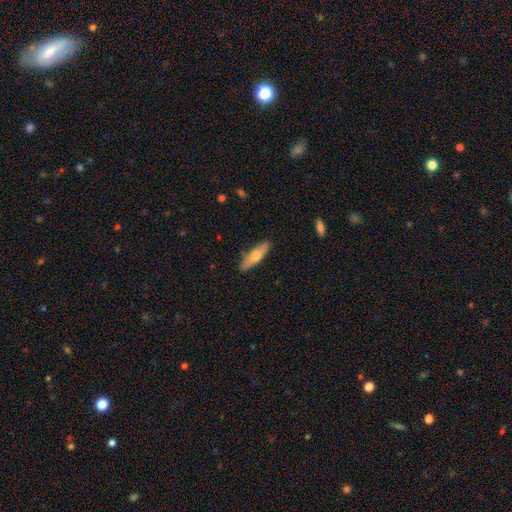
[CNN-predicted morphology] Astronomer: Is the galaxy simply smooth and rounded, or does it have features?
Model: smooth — 63%.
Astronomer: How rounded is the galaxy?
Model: cigar-shaped — 60% (runner-up: in between, 38%).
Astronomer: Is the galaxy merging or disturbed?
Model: none — 85%.